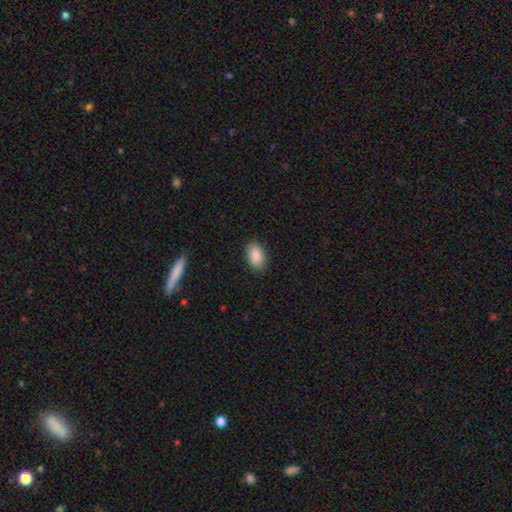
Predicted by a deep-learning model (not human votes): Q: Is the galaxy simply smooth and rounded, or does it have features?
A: smooth — 89%.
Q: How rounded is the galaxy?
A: in between — 92%.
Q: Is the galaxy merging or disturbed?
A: none — 88%.